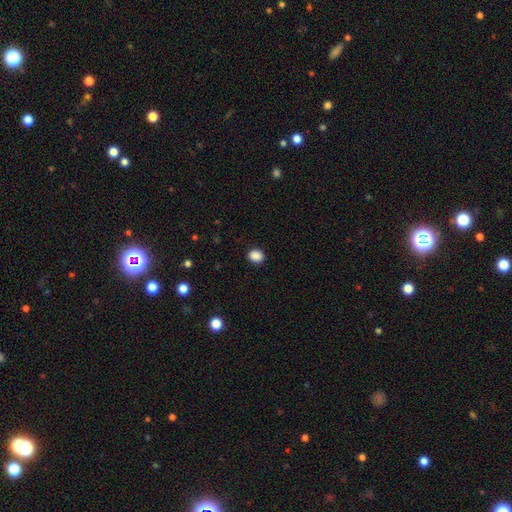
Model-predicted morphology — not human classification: This appears to be a smooth galaxy with no disk features (88%) that is round (60%). Merging: none (90%).